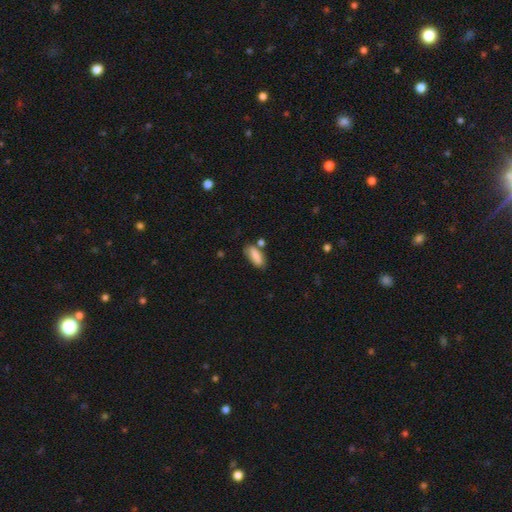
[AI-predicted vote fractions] Smooth or featured? Predicted: smooth (p=0.84). How rounded? Predicted: in between (p=0.71). Merging? Predicted: none (p=0.68).